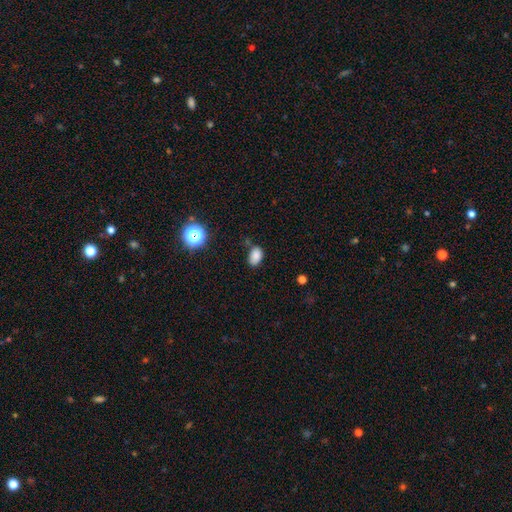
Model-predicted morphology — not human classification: Smooth or featured?
  - smooth: 82% *
  - star or artifact: 12%
  - featured or disk: 6%
How rounded?
  - in between: 86% *
  - round: 13%
  - cigar-shaped: 1%
Merging?
  - none: 70% *
  - minor disturbance: 21%
  - major disturbance: 4%
  - merger: 4%